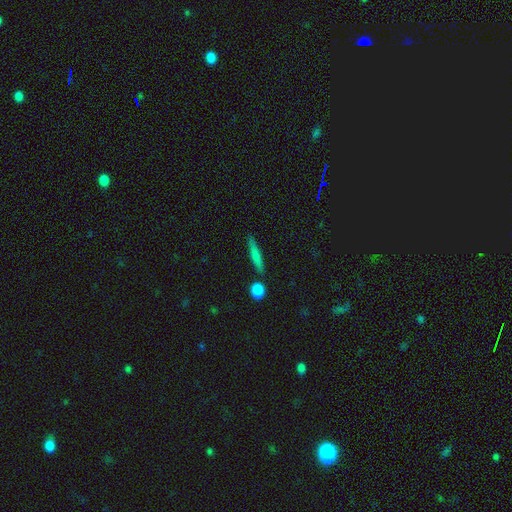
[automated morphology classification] This appears to be a smooth galaxy with no disk features (68%) that is cigar-shaped (89%). Merging: none (82%).